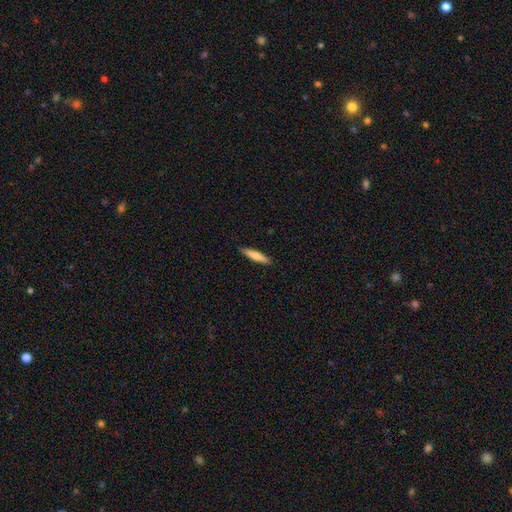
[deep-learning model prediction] A smooth galaxy with no disk features (68%) that is cigar-shaped (86%). Merging: none (90%).